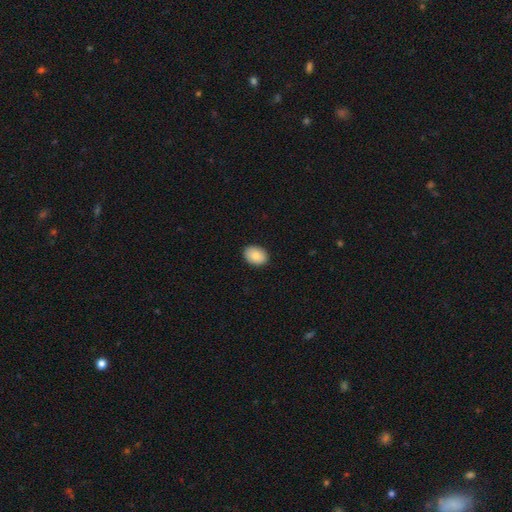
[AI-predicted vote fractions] This is clearly a smooth galaxy (86%). How rounded: likely in between (73%). Merging: clearly none (90%).